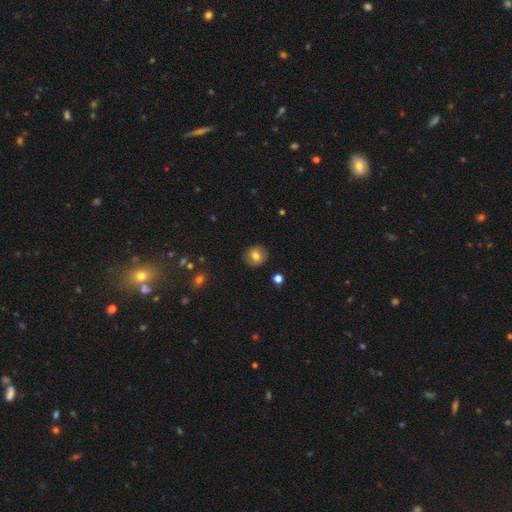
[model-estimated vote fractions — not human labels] Q: Smooth or featured?
A: smooth (76%); runner-up: featured or disk (14%)
Q: How rounded?
A: round (87%); runner-up: in between (12%)
Q: Merging?
A: none (89%); runner-up: minor disturbance (8%)